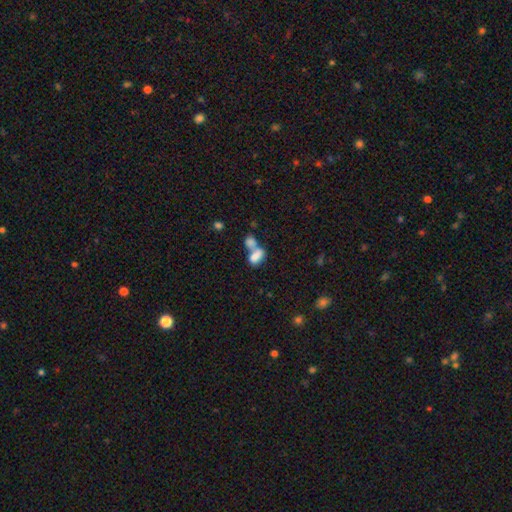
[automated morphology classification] type=smooth (76%); roundness=in between (86%); merging=merger (68%).